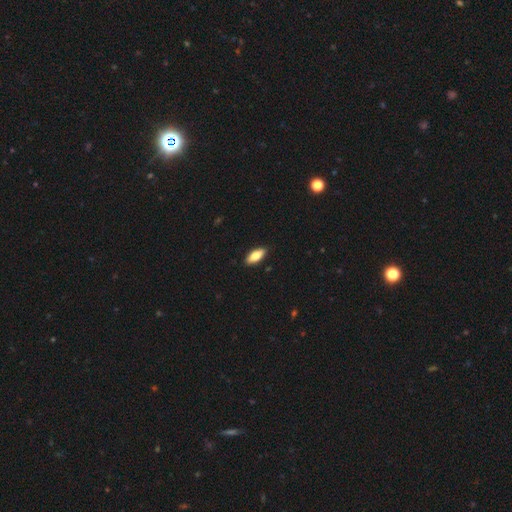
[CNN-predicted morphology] Q: Smooth or featured?
A: smooth (78%); runner-up: featured or disk (16%)
Q: How rounded?
A: in between (78%); runner-up: cigar-shaped (20%)
Q: Merging?
A: none (89%); runner-up: minor disturbance (8%)